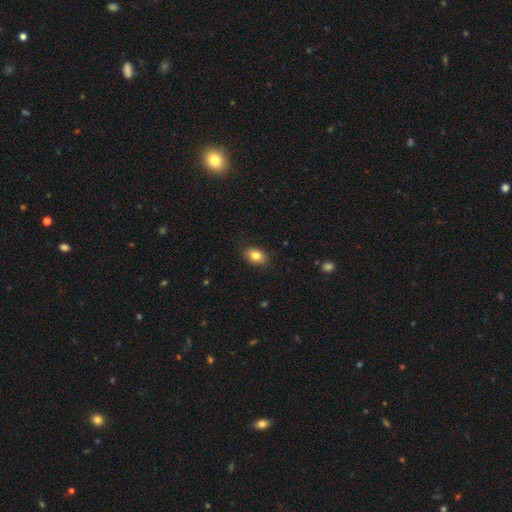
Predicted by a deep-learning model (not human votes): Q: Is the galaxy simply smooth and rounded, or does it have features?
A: smooth — 82%.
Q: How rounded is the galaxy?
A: in between — 82%.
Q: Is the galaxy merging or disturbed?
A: none — 87%.